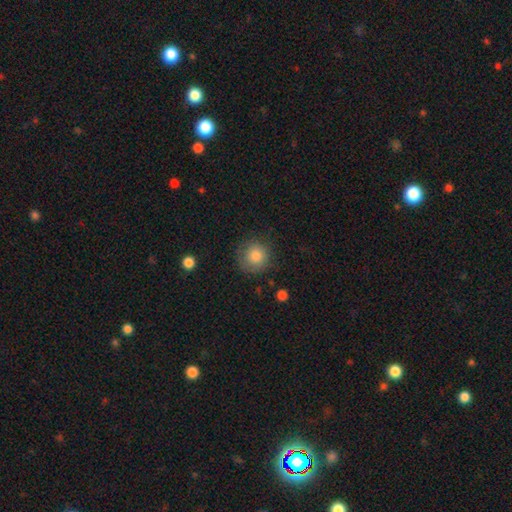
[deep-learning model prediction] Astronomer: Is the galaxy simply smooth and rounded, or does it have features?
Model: smooth — 82%.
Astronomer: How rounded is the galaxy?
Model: round — 93%.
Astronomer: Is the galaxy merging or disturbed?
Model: none — 79%.